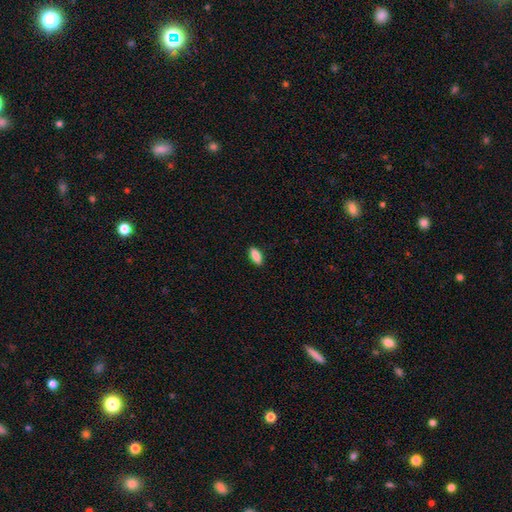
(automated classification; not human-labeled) Overall: smooth (87%). How rounded: in between (79%). Merging: none (89%).